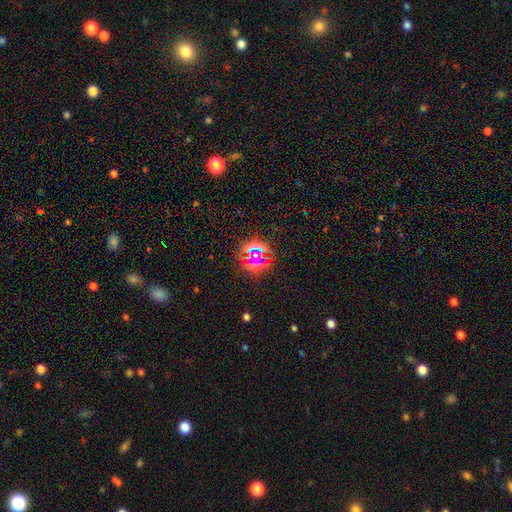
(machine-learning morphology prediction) star or artifact 71%, smooth 18%, featured or disk 10%.